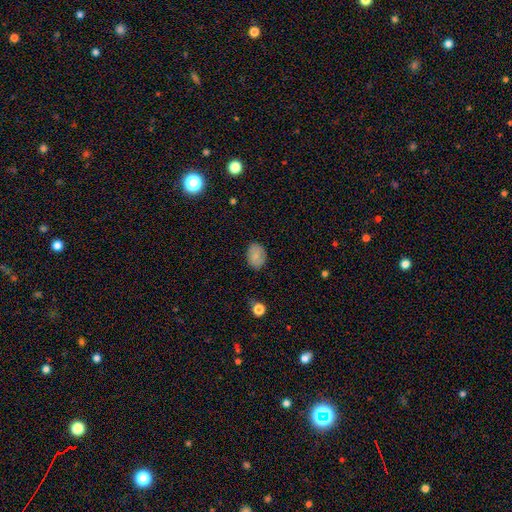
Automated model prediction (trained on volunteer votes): This appears to be a smooth galaxy with no disk features (80%) that is in between round and cigar-shaped (76%). Merging: none (81%).